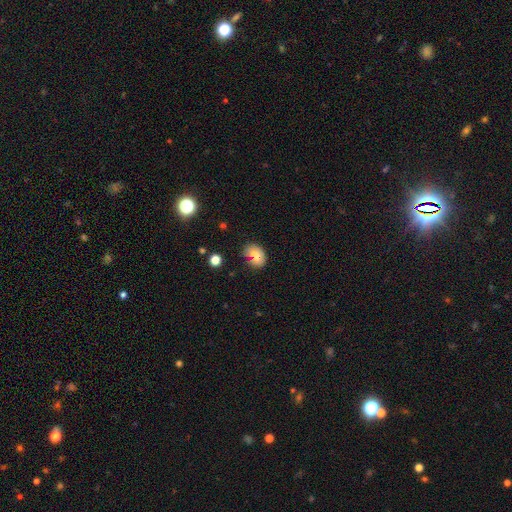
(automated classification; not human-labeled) Smooth or featured? smooth (72%)
How rounded? in between (68%)
Merging? none (53%)